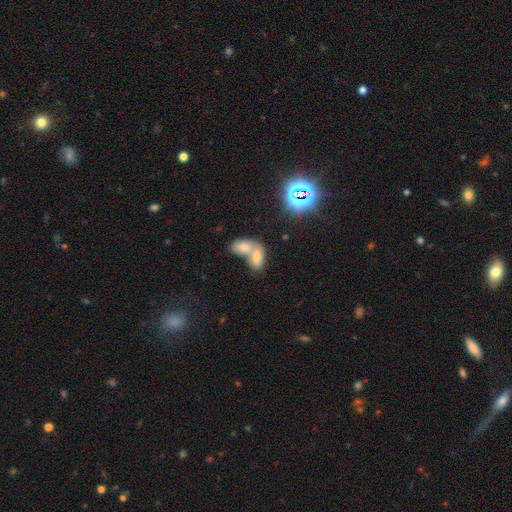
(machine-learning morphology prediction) smooth 65%, featured or disk 18%, star or artifact 17%. Down the decision tree: how rounded — in between (90%); merging — merger (73%).